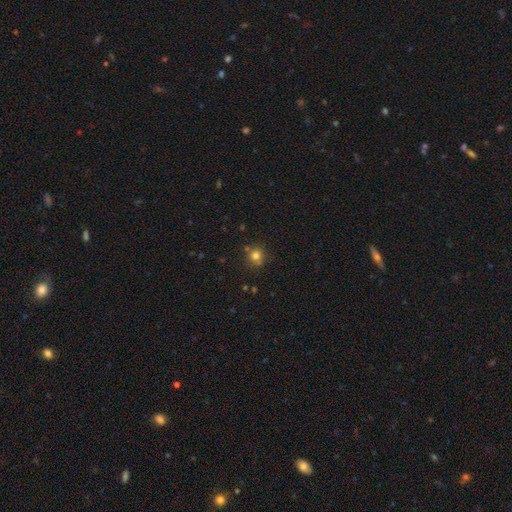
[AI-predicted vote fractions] Smooth or featured?
  - smooth: 77% *
  - star or artifact: 15%
  - featured or disk: 8%
How rounded?
  - round: 89% *
  - in between: 10%
  - cigar-shaped: 1%
Merging?
  - none: 78% *
  - minor disturbance: 12%
  - merger: 8%
  - major disturbance: 3%